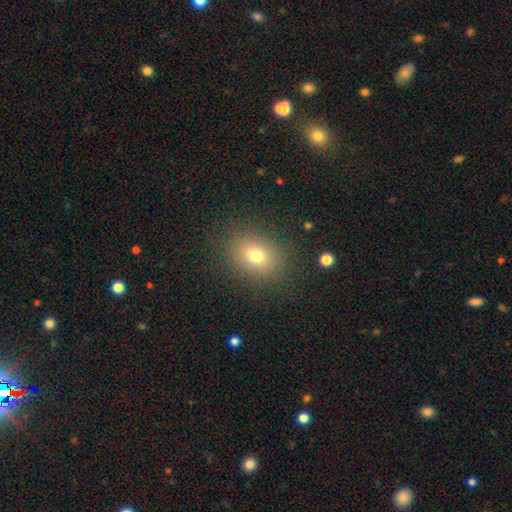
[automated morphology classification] Smooth or featured? smooth (74%)
How rounded? round (50%)
Merging? none (85%)